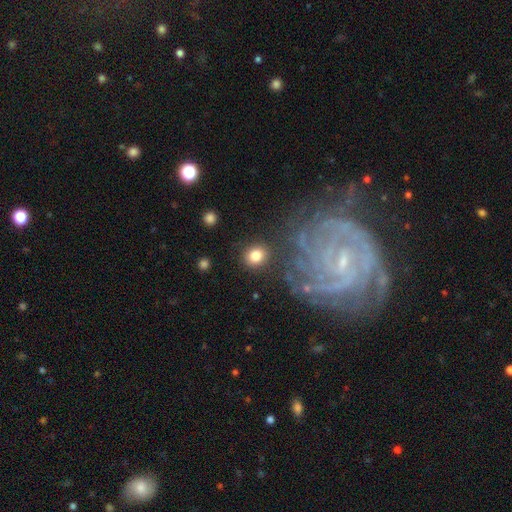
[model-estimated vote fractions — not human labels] Smooth or featured? Predicted: smooth (p=0.81). How rounded? Predicted: round (p=0.79). Merging? Predicted: none (p=0.86).